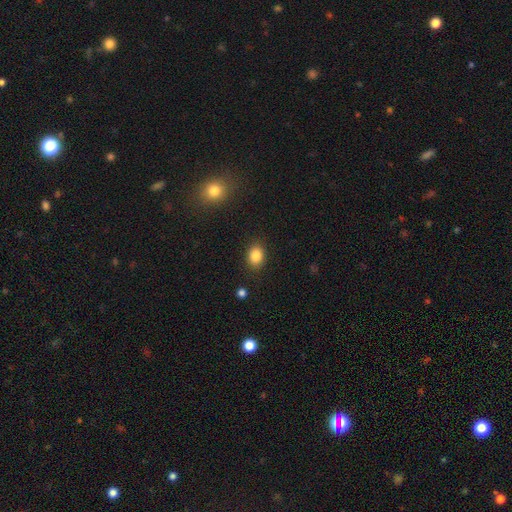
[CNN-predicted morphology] smooth_or_featured: smooth (p=0.85) [alt: star or artifact p=0.10]
how_rounded: in between (p=0.62) [alt: round p=0.37]
merging: none (p=0.87) [alt: minor disturbance p=0.09]